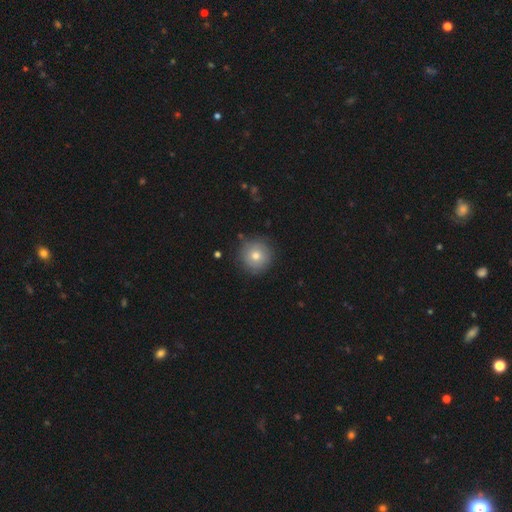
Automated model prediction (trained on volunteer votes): A smooth galaxy with no disk features (72%) that is round (95%). Merging: none (86%).